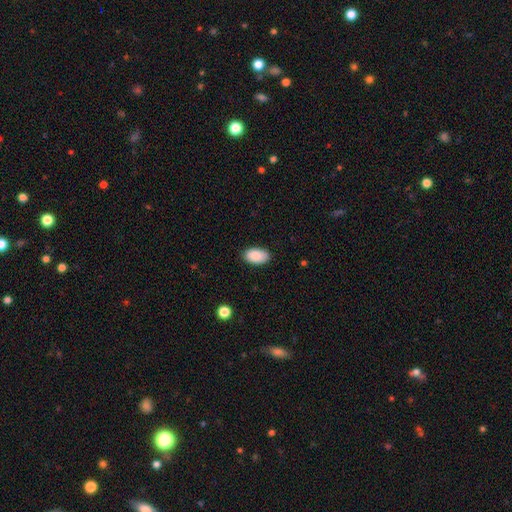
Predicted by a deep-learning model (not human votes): smooth_or_featured: smooth (p=0.90) [alt: star or artifact p=0.07]
how_rounded: in between (p=0.95) [alt: round p=0.04]
merging: none (p=0.87) [alt: minor disturbance p=0.10]